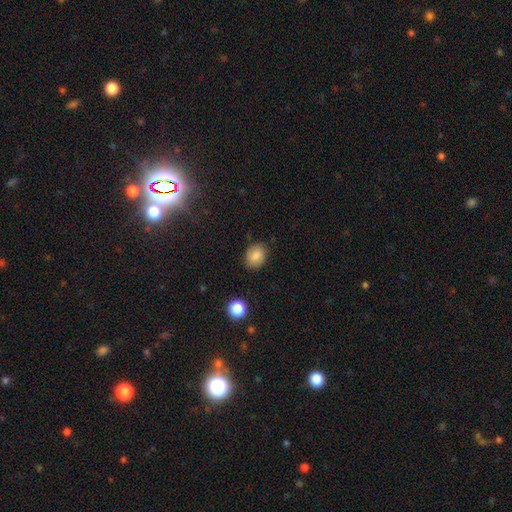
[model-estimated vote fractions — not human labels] Smooth or featured: smooth — 84% (star or artifact — 9%)
How rounded: in between — 51% (round — 48%)
Merging: none — 82% (minor disturbance — 13%)